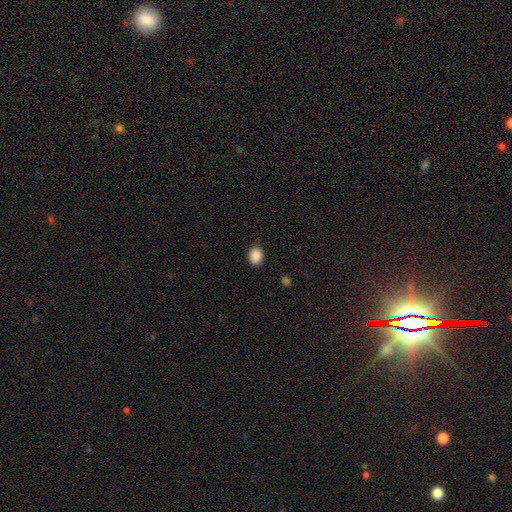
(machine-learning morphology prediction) Smooth or featured? Predicted: smooth (p=0.89). How rounded? Predicted: in between (p=0.66). Merging? Predicted: none (p=0.83).